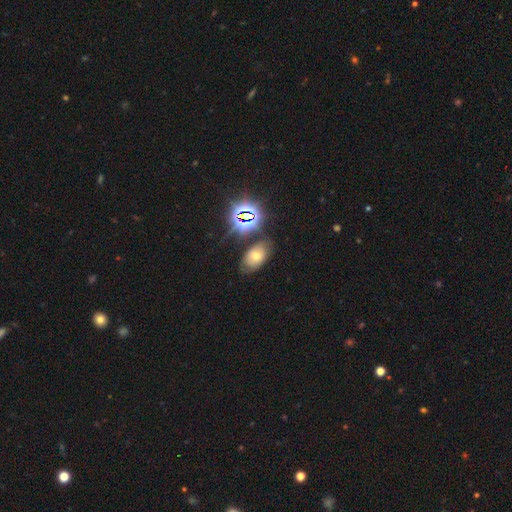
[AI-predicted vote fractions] Smooth or featured?
  - smooth: 39% *
  - star or artifact: 36%
  - featured or disk: 26%
Merging?
  - none: 72% *
  - minor disturbance: 17%
  - major disturbance: 6%
  - merger: 5%